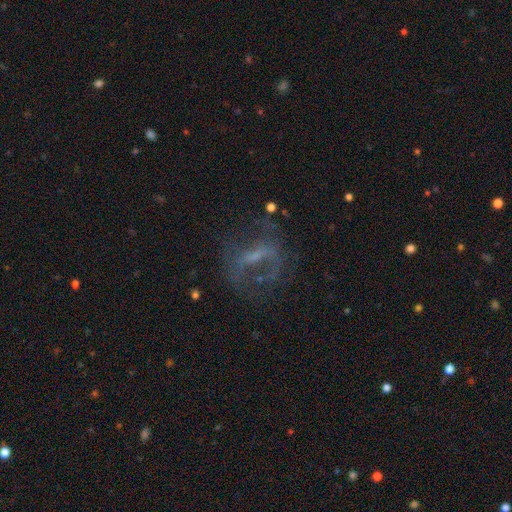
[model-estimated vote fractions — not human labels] featured or disk 60%, smooth 21%, star or artifact 19%. Down the decision tree: edge-on disk — no (90%); bar — weak (36%); spiral arms — no (57%); bulge size — small (43%); merging — none (50%).